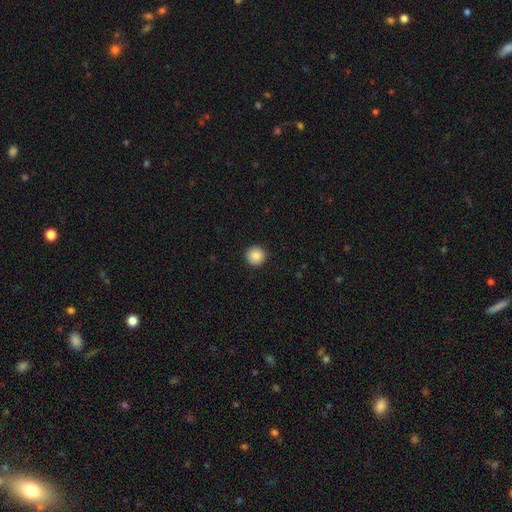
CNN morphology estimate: The model was most divided on "smooth or featured": smooth: 87%, star or artifact: 9%, featured or disk: 4%. More confident: how rounded — round (95%); merging — none (93%).